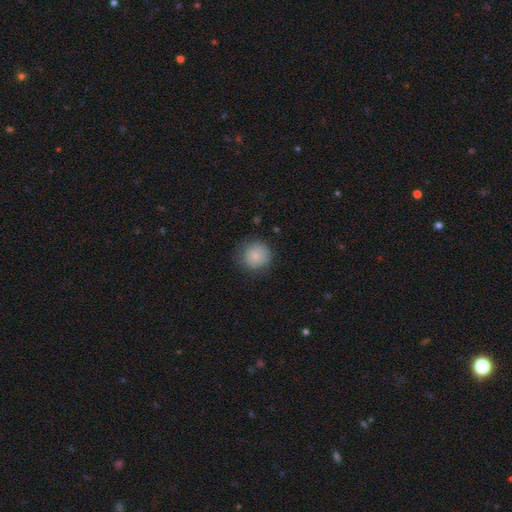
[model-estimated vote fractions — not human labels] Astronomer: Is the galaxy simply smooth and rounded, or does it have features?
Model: smooth — 84%.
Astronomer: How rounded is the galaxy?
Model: round — 91%.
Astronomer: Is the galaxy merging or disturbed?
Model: none — 77%.